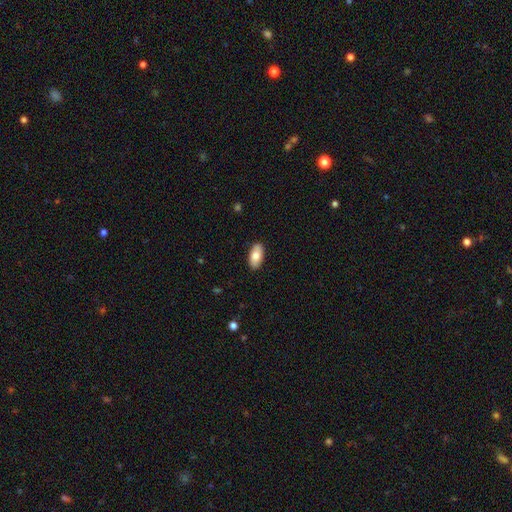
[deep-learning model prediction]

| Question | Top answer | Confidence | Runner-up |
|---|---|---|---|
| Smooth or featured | smooth | 81% | featured or disk (13%) |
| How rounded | in between | 93% | cigar-shaped (4%) |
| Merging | none | 89% | minor disturbance (9%) |